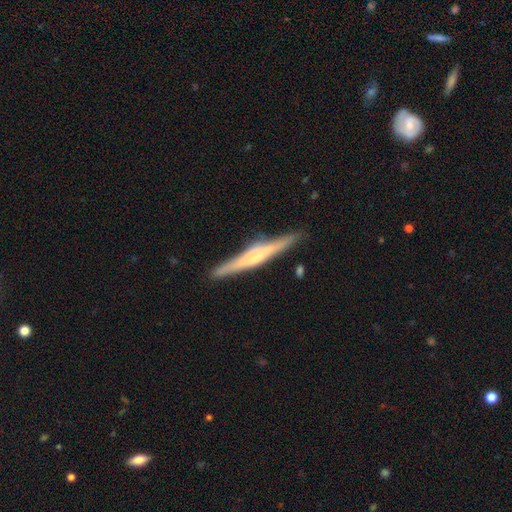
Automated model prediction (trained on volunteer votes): Overall: featured or disk (67%). Edge-on disk: yes (97%). Edge-on bulge: rounded (46%; boxy 34%). Merging: none (88%).